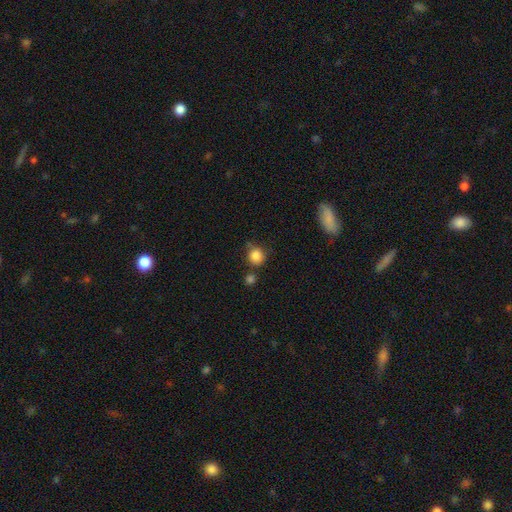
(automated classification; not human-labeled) smooth-or-featured: smooth: 86% | star or artifact: 10% | featured or disk: 4%
  how-rounded: round: 87% | in between: 12% | cigar-shaped: 1%
  merging: none: 68% | minor disturbance: 16% | merger: 11% | major disturbance: 5%